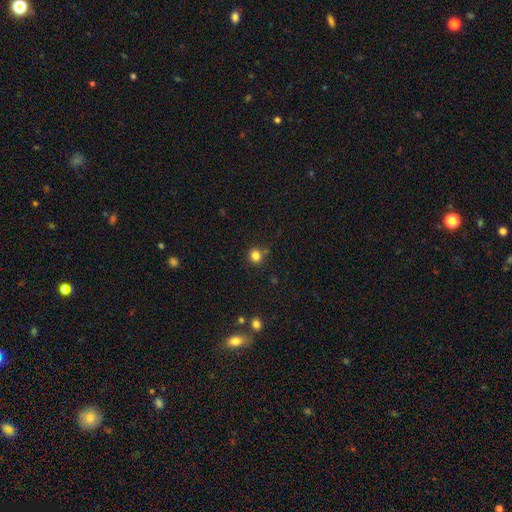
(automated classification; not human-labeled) Morphology: type=smooth (82%); roundness=round (87%); merging=none (79%).